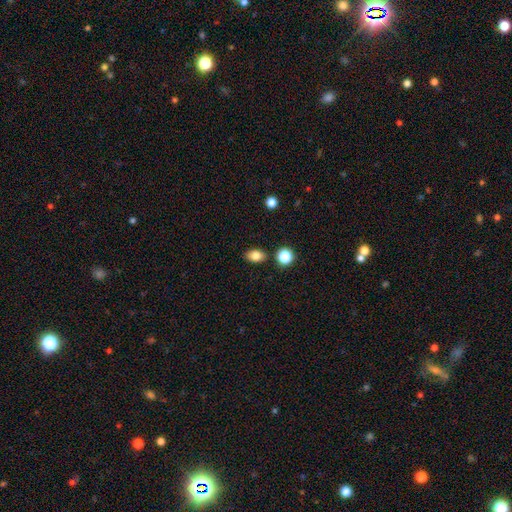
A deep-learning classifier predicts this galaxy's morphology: A smooth galaxy with no disk features (81%) that is in between round and cigar-shaped (80%). Merging: none (84%).